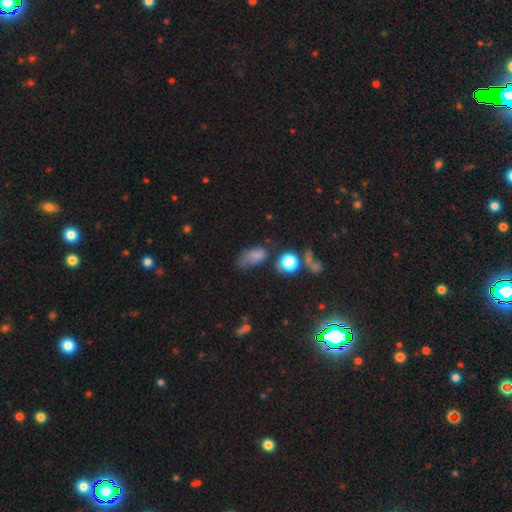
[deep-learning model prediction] The model was most divided on "merging" (2-way tie): none: 31%, minor disturbance: 31%, major disturbance: 28%, merger: 10%. More confident: how rounded — in between (81%); smooth or featured — smooth (69%).